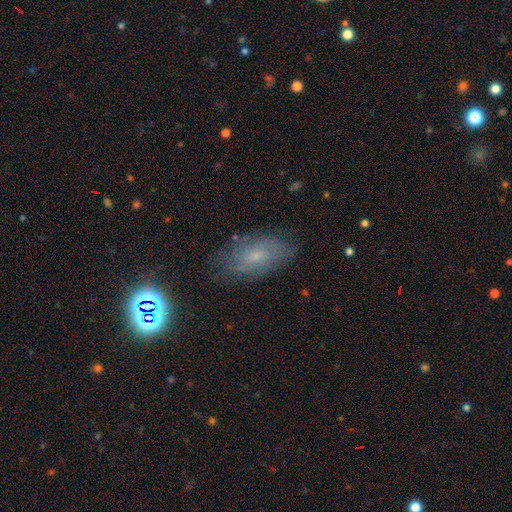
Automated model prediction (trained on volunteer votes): Morphology: type=featured or disk (45%); merging=none (72%).